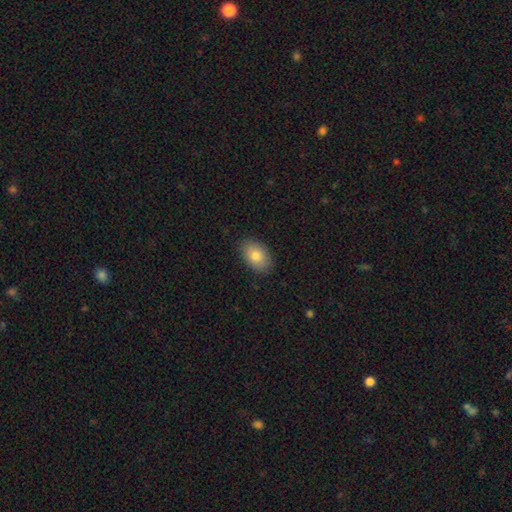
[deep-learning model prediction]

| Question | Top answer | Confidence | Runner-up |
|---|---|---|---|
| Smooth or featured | smooth | 82% | featured or disk (10%) |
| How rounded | in between | 87% | round (12%) |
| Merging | none | 87% | minor disturbance (10%) |